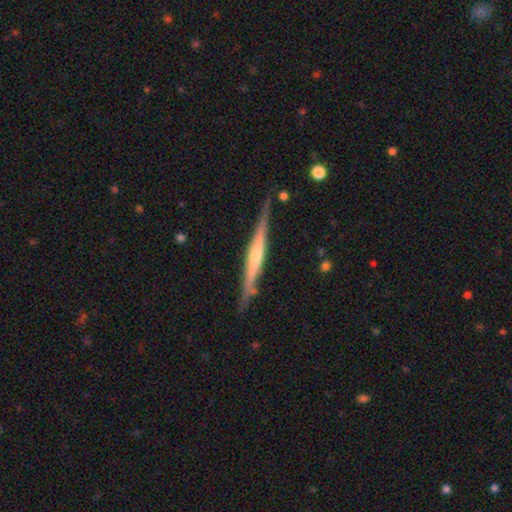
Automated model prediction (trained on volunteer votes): A featured or disk galaxy (75%) viewed edge-on (97%) with a rounded central bulge (66%).

Vote fractions:
- Smooth or featured? featured or disk: 75% / smooth: 19% / star or artifact: 5%
- Edge-on disk? yes: 97% / no: 3%
- Edge-on bulge? rounded: 66% / none: 24% / boxy: 9%
- Merging? none: 83% / minor disturbance: 13% / major disturbance: 2% / merger: 2%